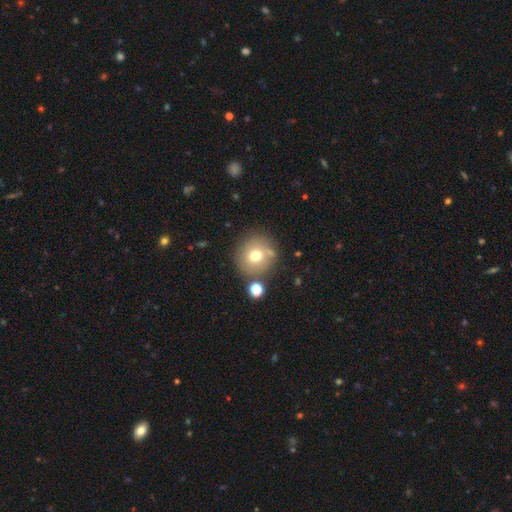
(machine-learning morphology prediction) Smooth or featured?
  - smooth: 70% *
  - featured or disk: 17%
  - star or artifact: 13%
How rounded?
  - round: 89% *
  - in between: 10%
  - cigar-shaped: 1%
Merging?
  - none: 76% *
  - minor disturbance: 11%
  - merger: 9%
  - major disturbance: 4%